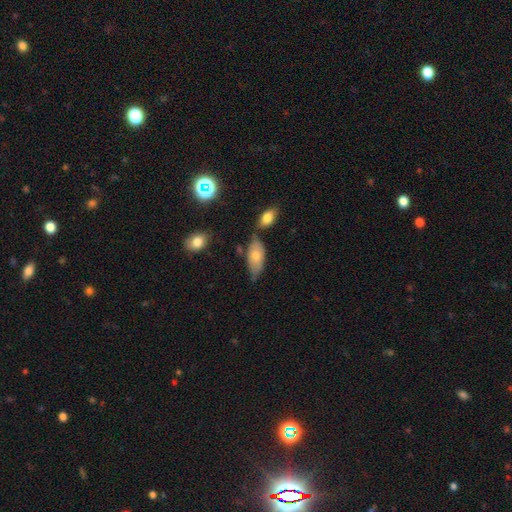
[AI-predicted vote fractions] Smooth or featured? Predicted: smooth (p=0.69). How rounded? Predicted: in between (p=0.89). Merging? Predicted: none (p=0.54).